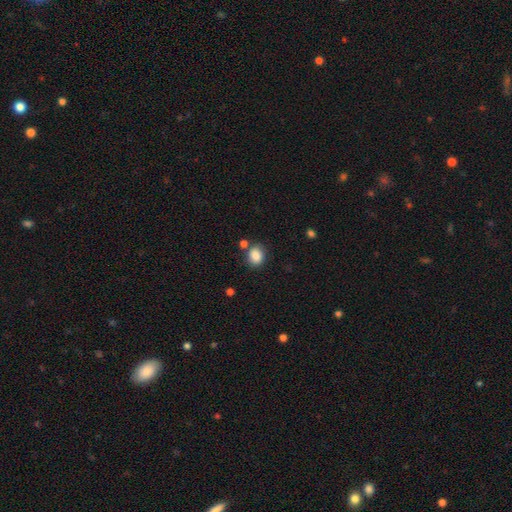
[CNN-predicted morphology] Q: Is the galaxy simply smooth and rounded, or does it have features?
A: smooth — 85%.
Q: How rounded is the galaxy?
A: round — 54%.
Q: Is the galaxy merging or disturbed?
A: none — 73%.